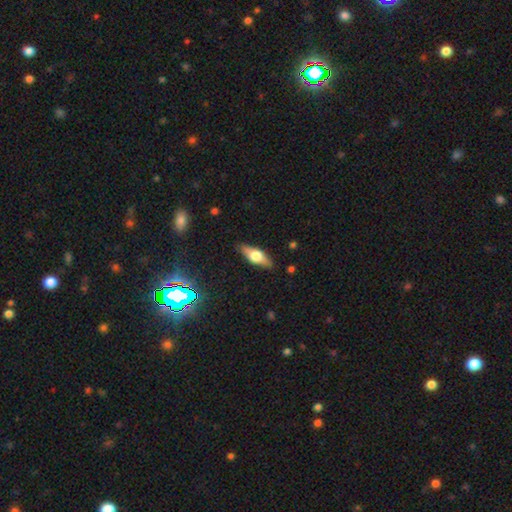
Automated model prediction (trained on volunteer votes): Morphology: type=featured or disk (48%); merging=none (87%).